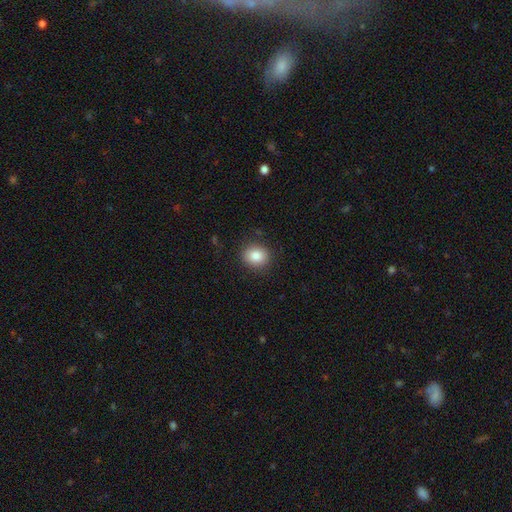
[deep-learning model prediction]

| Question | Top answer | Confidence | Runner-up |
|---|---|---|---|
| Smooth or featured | smooth | 85% | star or artifact (9%) |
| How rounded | round | 68% | in between (31%) |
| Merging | none | 87% | minor disturbance (9%) |